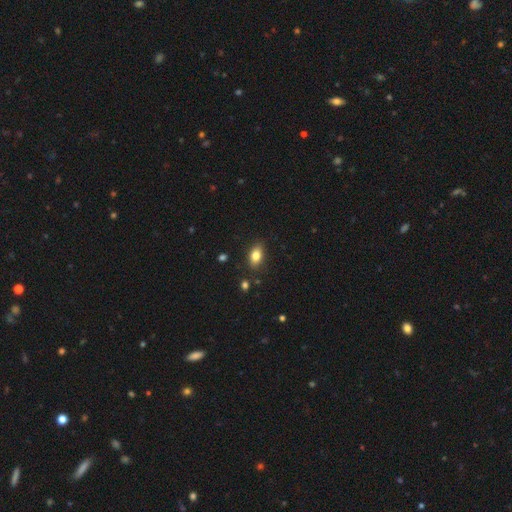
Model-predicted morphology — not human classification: The model was most divided on "smooth or featured": smooth: 82%, featured or disk: 9%, star or artifact: 9%. More confident: how rounded — in between (86%); merging — none (85%).